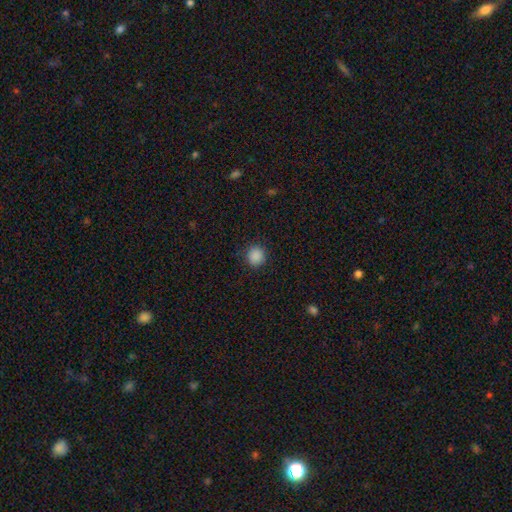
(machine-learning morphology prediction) Overall: smooth (87%). How rounded: round (91%). Merging: none (89%).